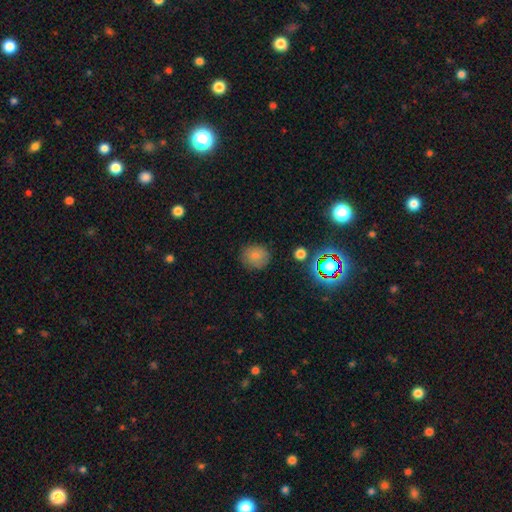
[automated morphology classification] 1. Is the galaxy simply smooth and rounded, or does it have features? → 79% smooth, 14% star or artifact, 7% featured or disk.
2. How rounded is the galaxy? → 80% round, 19% in between, 1% cigar-shaped.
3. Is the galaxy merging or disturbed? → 82% none, 13% minor disturbance, 4% major disturbance, 2% merger.